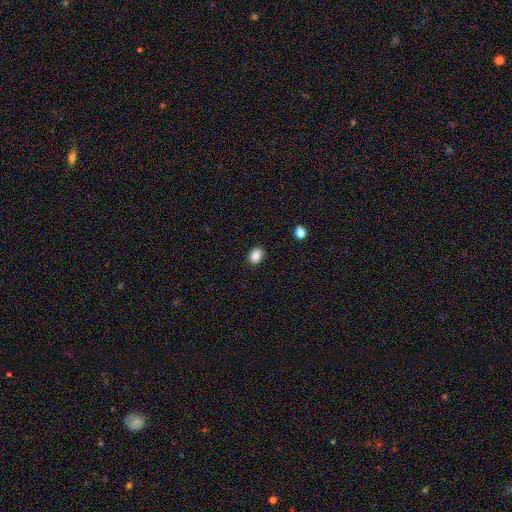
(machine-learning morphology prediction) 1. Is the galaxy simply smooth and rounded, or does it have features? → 86% smooth, 10% star or artifact, 4% featured or disk.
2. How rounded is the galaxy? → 52% in between, 48% round, 1% cigar-shaped.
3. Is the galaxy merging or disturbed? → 88% none, 9% minor disturbance, 2% major disturbance, 1% merger.